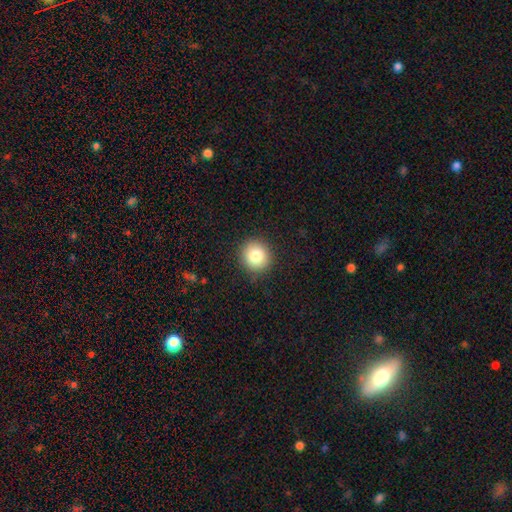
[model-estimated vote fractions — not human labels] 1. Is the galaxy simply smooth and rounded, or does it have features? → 82% smooth, 10% star or artifact, 8% featured or disk.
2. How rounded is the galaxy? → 92% round, 8% in between, 1% cigar-shaped.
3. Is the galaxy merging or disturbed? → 90% none, 7% minor disturbance, 2% major disturbance, 1% merger.